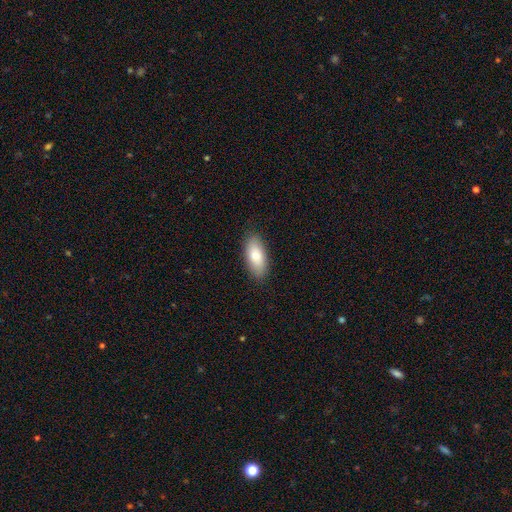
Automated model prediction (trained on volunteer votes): This is likely a smooth galaxy (80%). How rounded: clearly in between (87%). Merging: clearly none (87%).